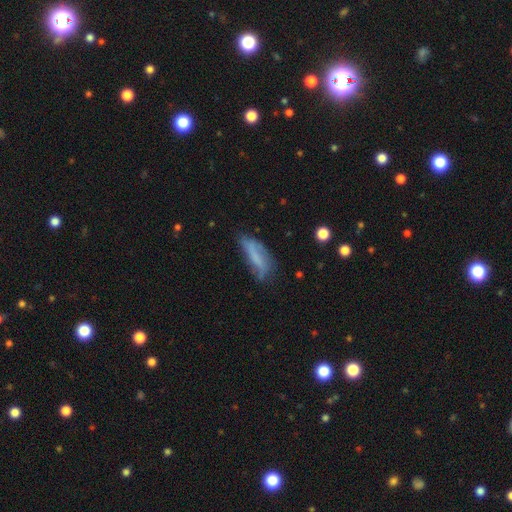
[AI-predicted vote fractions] This appears to be a smooth galaxy with no disk features (57%) that is cigar-shaped (51%). Merging: none (51%).